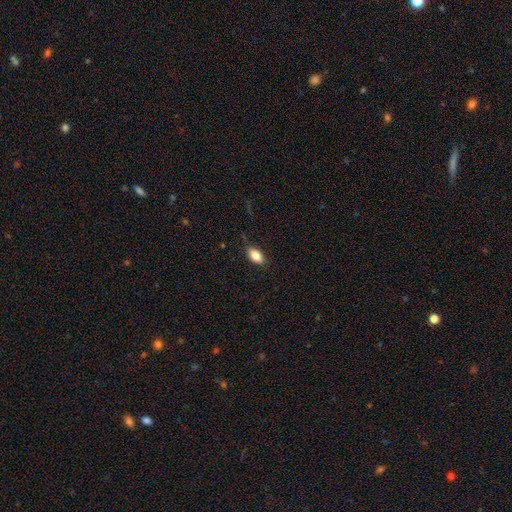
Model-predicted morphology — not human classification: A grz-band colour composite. It shows a smooth galaxy with no disk features (86%) that is in between round and cigar-shaped (91%). Merging: none (83%).